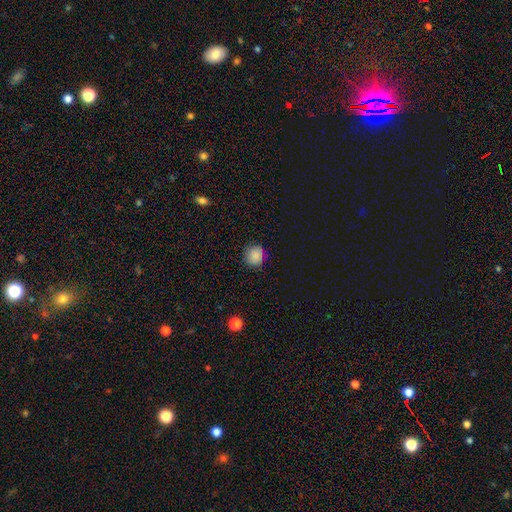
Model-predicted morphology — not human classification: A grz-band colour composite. It shows a smooth galaxy with no disk features (87%) that is round (86%). Merging: none (84%).